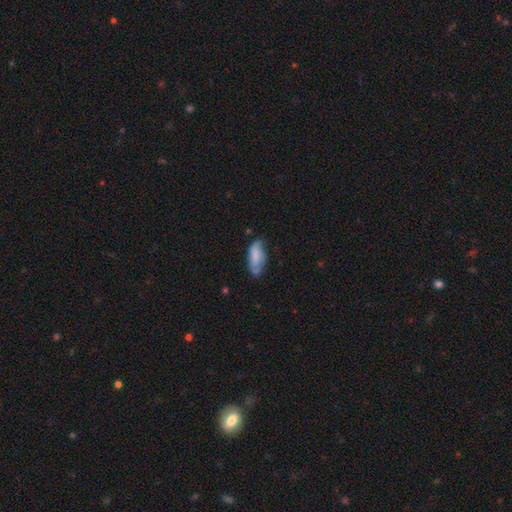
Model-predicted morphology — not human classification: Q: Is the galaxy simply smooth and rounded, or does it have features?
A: smooth — 71%.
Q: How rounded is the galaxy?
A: in between — 80%.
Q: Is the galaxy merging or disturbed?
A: none — 52%.